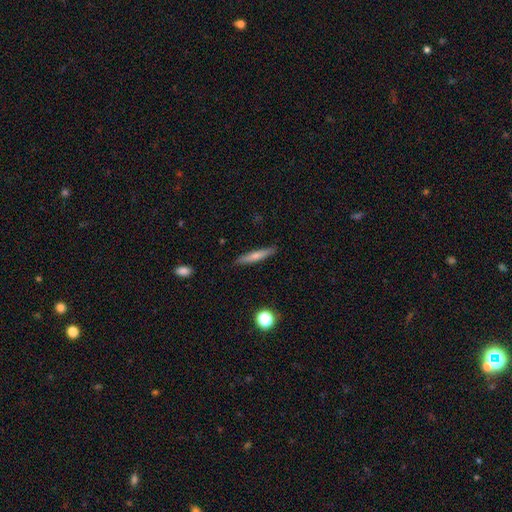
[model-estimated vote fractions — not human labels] A smooth galaxy with no disk features (62%) that is cigar-shaped (90%).

Vote fractions:
- Smooth or featured? smooth: 62% / featured or disk: 31% / star or artifact: 7%
- How rounded? cigar-shaped: 90% / in between: 8% / round: 2%
- Merging? none: 88% / minor disturbance: 9% / major disturbance: 2% / merger: 1%